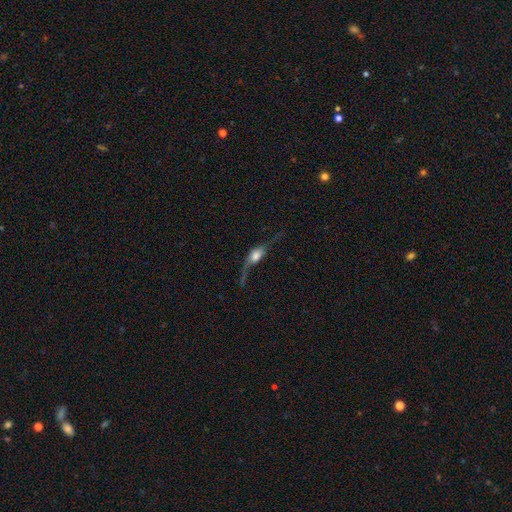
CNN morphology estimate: Overall: featured or disk (60%; smooth 31%). Edge-on disk: yes (55%; no 45%). Merging: major disturbance (40%; none 36%).